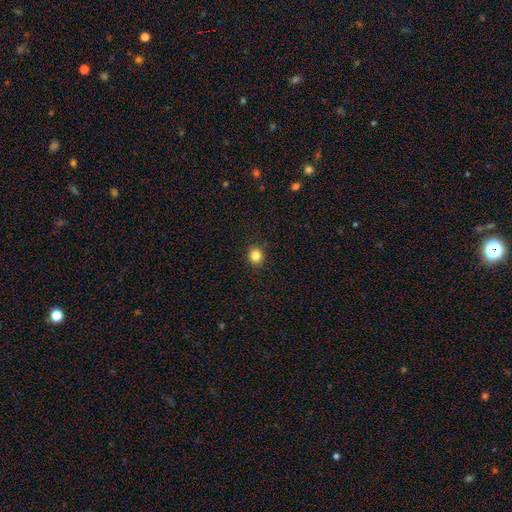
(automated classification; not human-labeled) Q: Smooth or featured?
A: smooth (84%); runner-up: star or artifact (11%)
Q: How rounded?
A: round (84%); runner-up: in between (15%)
Q: Merging?
A: none (90%); runner-up: minor disturbance (7%)